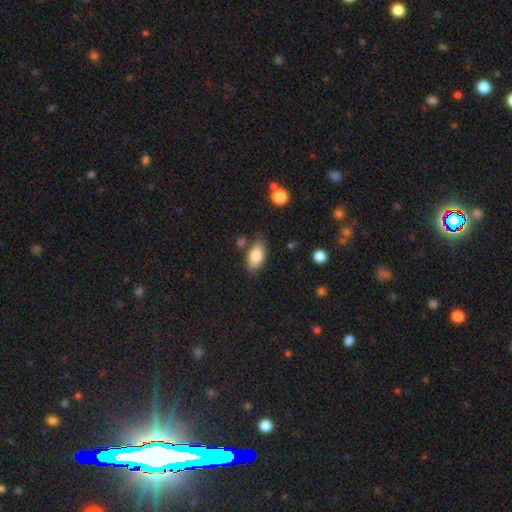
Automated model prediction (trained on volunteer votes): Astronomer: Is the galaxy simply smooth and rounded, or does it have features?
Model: smooth — 82%.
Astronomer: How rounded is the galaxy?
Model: in between — 91%.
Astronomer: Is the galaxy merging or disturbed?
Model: none — 71%.